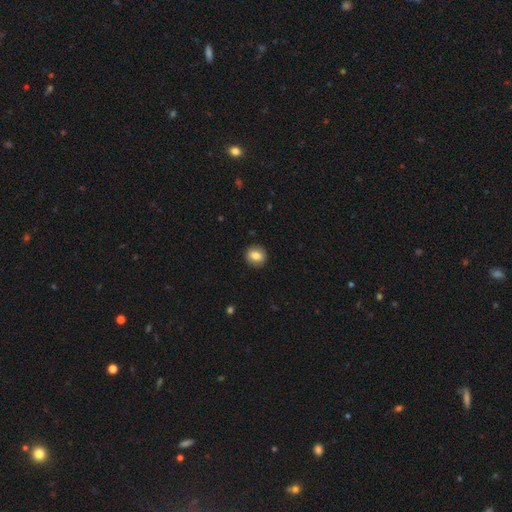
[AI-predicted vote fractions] smooth-or-featured: smooth: 80% | featured or disk: 12% | star or artifact: 9%
  how-rounded: round: 75% | in between: 24% | cigar-shaped: 1%
  merging: none: 89% | minor disturbance: 8% | major disturbance: 2% | merger: 1%